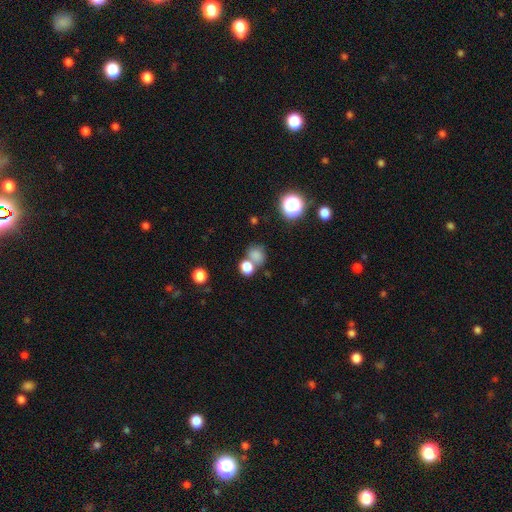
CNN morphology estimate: type=smooth (76%); roundness=round (69%); merging=none (50%).